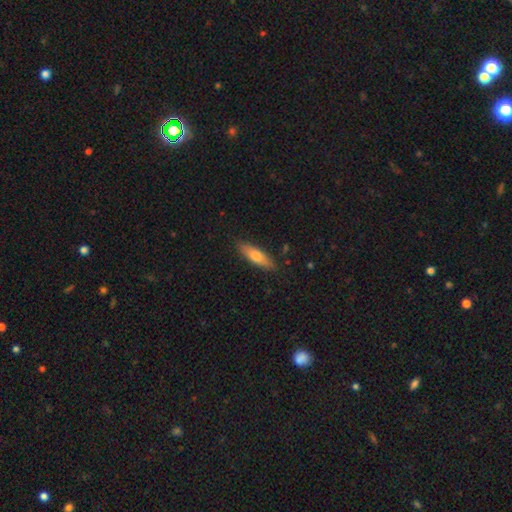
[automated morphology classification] Overall: smooth (67%). How rounded: cigar-shaped (61%; in between 37%). Merging: none (87%).